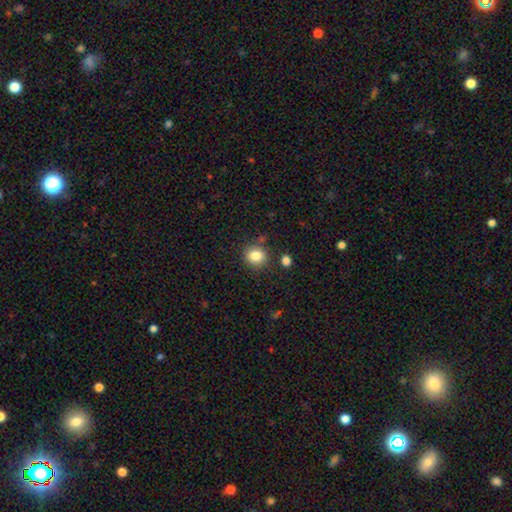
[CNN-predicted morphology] The model was most divided on "how rounded": round: 83%, in between: 16%, cigar-shaped: 1%. More confident: smooth or featured — smooth (83%); merging — none (81%).